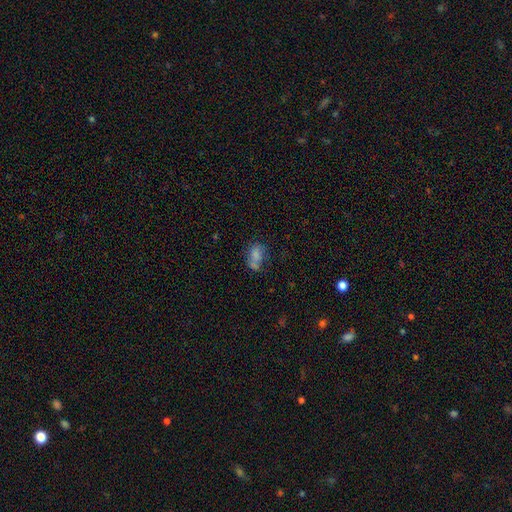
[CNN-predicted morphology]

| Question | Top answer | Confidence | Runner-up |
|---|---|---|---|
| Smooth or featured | smooth | 73% | featured or disk (15%) |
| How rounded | in between | 80% | round (17%) |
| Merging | none | 38% | merger (29%) |